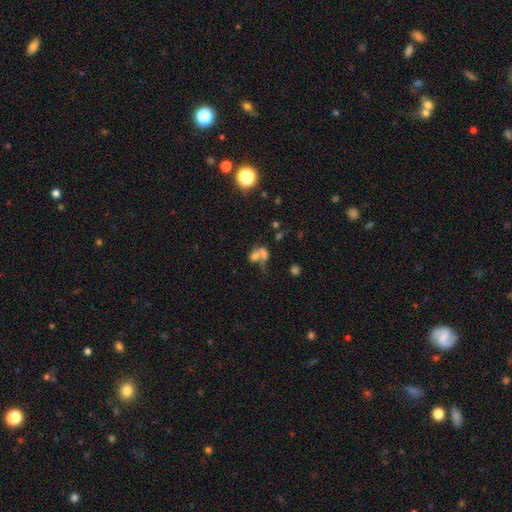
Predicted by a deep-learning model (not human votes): A smooth galaxy with no disk features (60%) that is in between round and cigar-shaped (59%).

Vote fractions:
- Smooth or featured? smooth: 60% / featured or disk: 23% / star or artifact: 17%
- How rounded? in between: 59% / round: 38% / cigar-shaped: 3%
- Merging? merger: 67% / none: 18% / major disturbance: 8% / minor disturbance: 7%